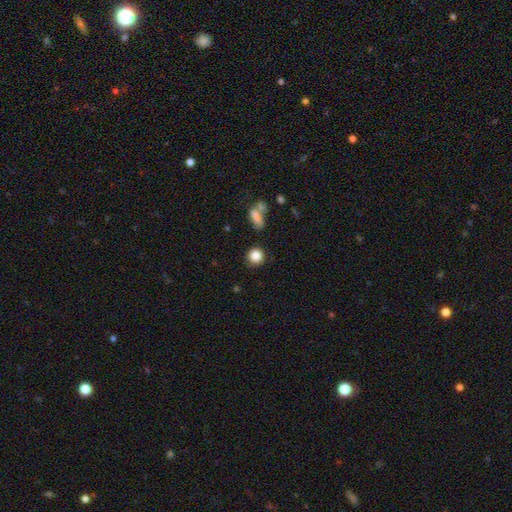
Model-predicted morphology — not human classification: This is clearly a smooth galaxy (86%). How rounded: clearly round (89%). Merging: clearly none (83%).